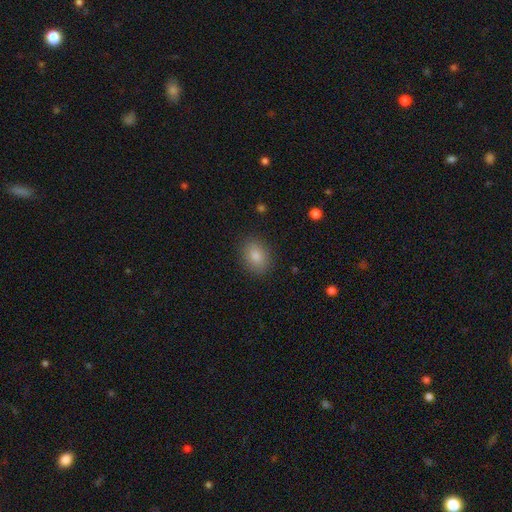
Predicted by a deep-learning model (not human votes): Smooth or featured: smooth — 82% (star or artifact — 11%)
How rounded: in between — 61% (round — 38%)
Merging: none — 88% (minor disturbance — 8%)